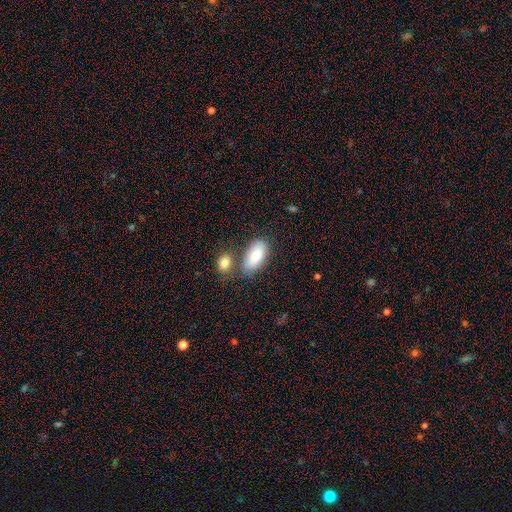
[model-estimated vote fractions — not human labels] smooth-or-featured: smooth: 81% | featured or disk: 13% | star or artifact: 6%
  how-rounded: in between: 92% | cigar-shaped: 5% | round: 3%
  merging: none: 57% | merger: 22% | minor disturbance: 15% | major disturbance: 5%